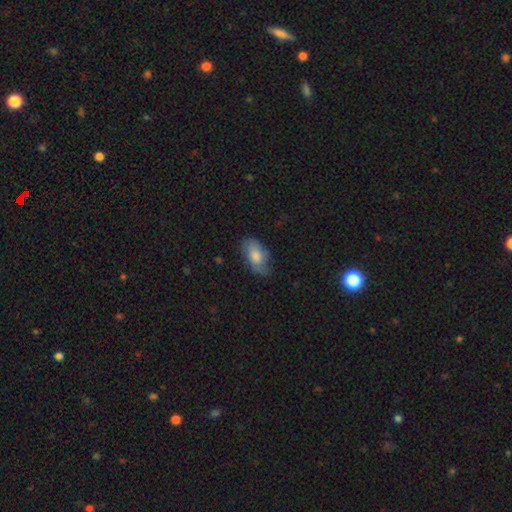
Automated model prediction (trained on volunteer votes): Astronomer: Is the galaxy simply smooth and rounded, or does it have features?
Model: smooth — 72%.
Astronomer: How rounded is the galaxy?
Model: in between — 92%.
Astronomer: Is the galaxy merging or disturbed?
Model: none — 64%.